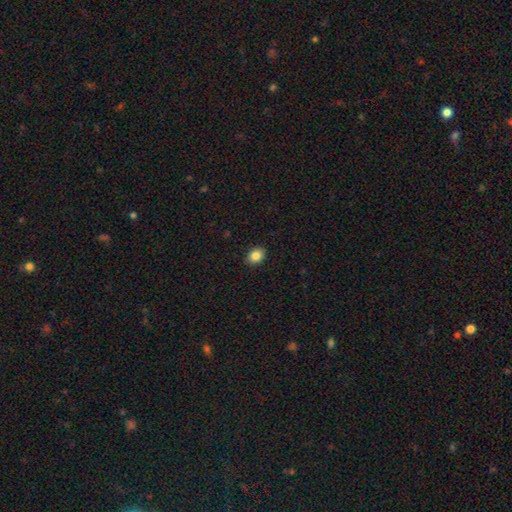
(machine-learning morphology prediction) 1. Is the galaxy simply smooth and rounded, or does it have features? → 86% smooth, 9% star or artifact, 5% featured or disk.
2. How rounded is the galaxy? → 58% in between, 41% round, 1% cigar-shaped.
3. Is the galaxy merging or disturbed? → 89% none, 8% minor disturbance, 2% major disturbance, 1% merger.